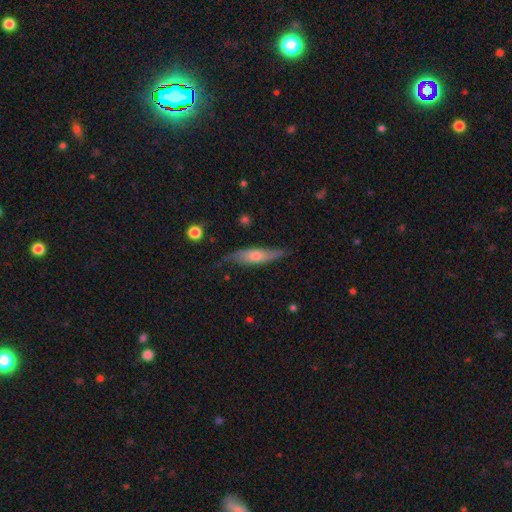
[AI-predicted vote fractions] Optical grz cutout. It shows a featured or disk galaxy (56%) viewed edge-on (61%). Merging: none (60%).